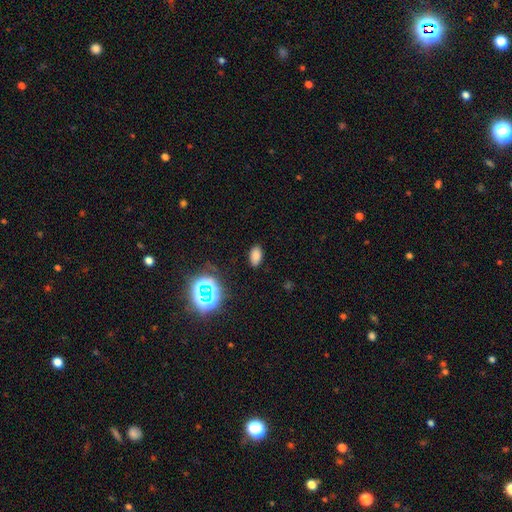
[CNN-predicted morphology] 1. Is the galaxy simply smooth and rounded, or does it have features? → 75% smooth, 19% star or artifact, 6% featured or disk.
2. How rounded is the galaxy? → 91% in between, 7% round, 2% cigar-shaped.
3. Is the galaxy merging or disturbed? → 86% none, 10% minor disturbance, 3% major disturbance, 1% merger.